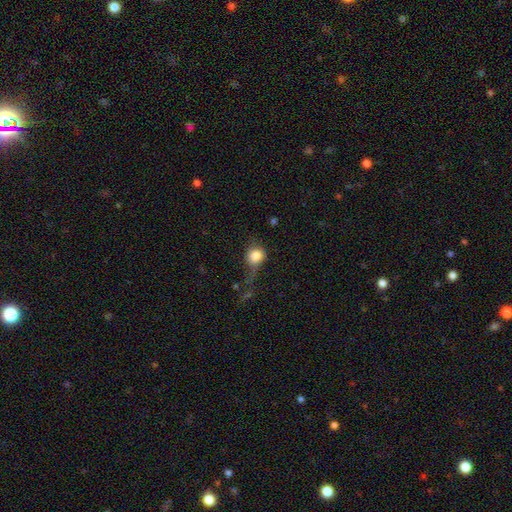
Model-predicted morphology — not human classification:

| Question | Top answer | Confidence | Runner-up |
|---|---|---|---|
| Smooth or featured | smooth | 79% | featured or disk (13%) |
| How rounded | round | 75% | in between (23%) |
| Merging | major disturbance | 38% | none (29%) |